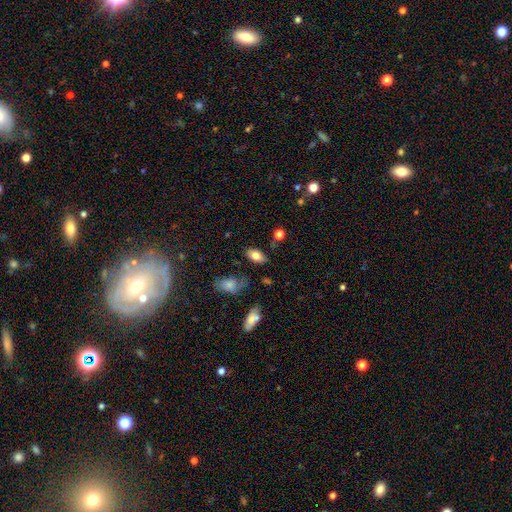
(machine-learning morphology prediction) This is likely a smooth galaxy (77%). How rounded: clearly in between (91%). Merging: likely none (77%).